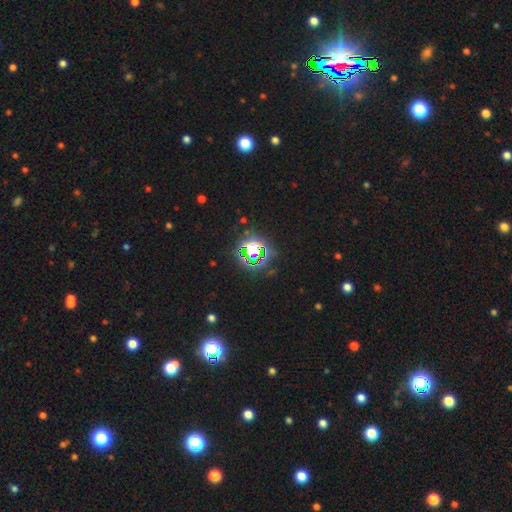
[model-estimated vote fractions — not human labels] The model was most divided on "smooth or featured": star or artifact: 76%, smooth: 15%, featured or disk: 9%.